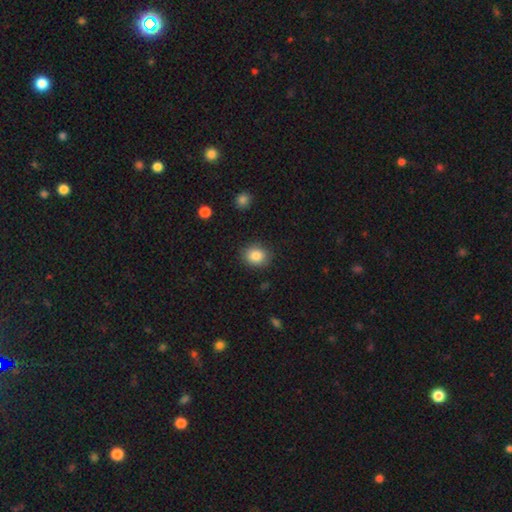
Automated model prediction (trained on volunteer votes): Smooth or featured: smooth — 86% (star or artifact — 9%)
How rounded: round — 68% (in between — 31%)
Merging: none — 86% (minor disturbance — 9%)